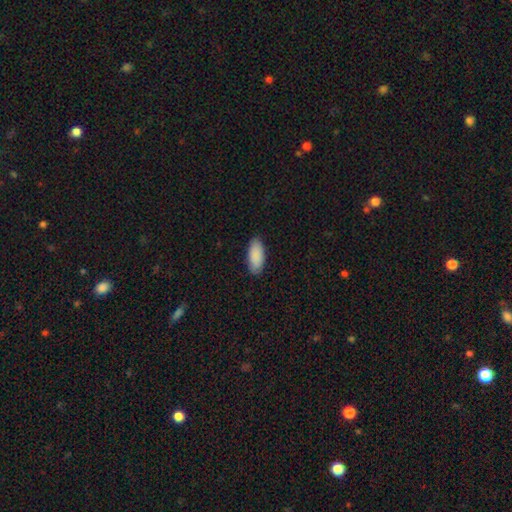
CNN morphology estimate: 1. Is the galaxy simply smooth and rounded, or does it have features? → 90% smooth, 6% star or artifact, 4% featured or disk.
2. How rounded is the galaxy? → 89% in between, 9% cigar-shaped, 2% round.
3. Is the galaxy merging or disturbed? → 87% none, 11% minor disturbance, 2% major disturbance, 1% merger.